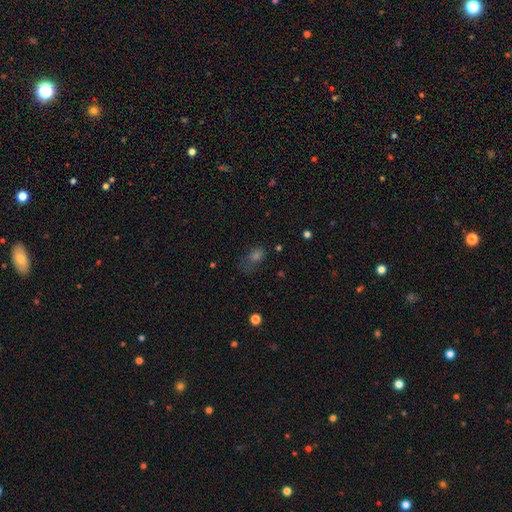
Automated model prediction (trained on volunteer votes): This is possibly a smooth galaxy (57%). How rounded: likely in between (69%). Merging: possibly none (54%).